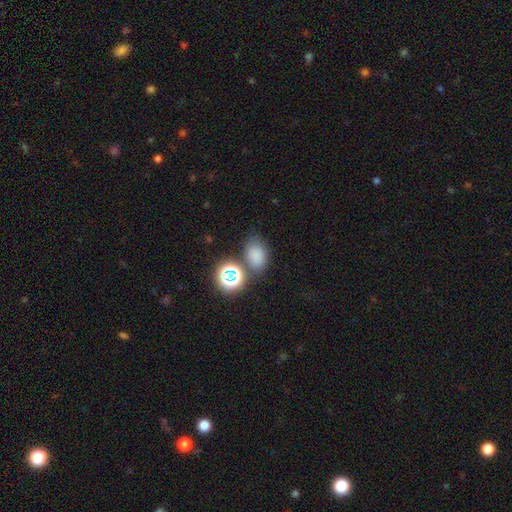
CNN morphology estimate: Smooth or featured? smooth (74%)
How rounded? in between (72%)
Merging? none (68%)